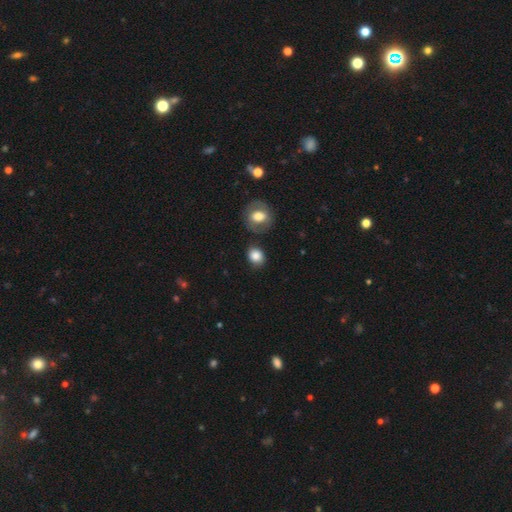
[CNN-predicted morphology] This is clearly a smooth galaxy (84%). How rounded: possibly round (59%). Merging: likely none (73%).